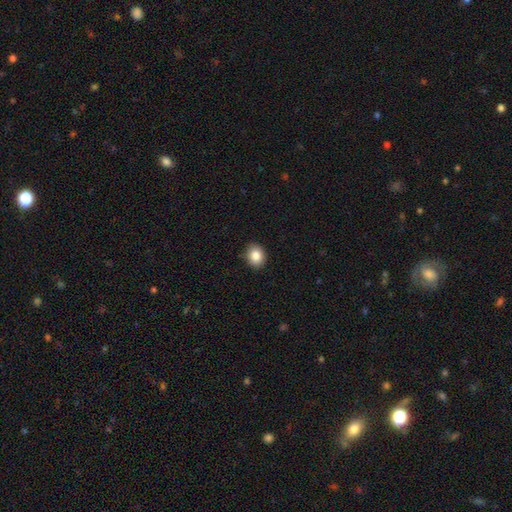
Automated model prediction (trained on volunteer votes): This appears to be a smooth galaxy with no disk features (85%) that is round (61%). Merging: none (90%).